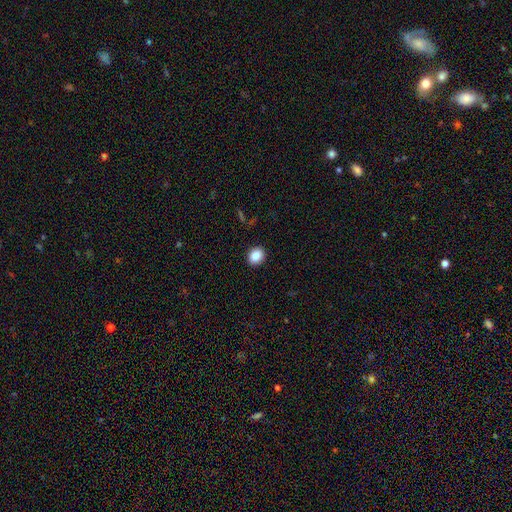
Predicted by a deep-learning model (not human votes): A smooth galaxy with no disk features (88%) that is round (51%).

Vote fractions:
- Smooth or featured? smooth: 88% / star or artifact: 9% / featured or disk: 3%
- How rounded? round: 51% / in between: 48% / cigar-shaped: 1%
- Merging? none: 91% / minor disturbance: 6% / major disturbance: 2% / merger: 1%